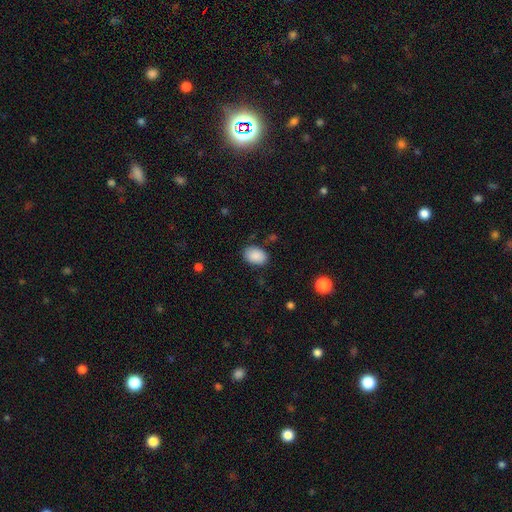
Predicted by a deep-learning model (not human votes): This appears to be a smooth galaxy with no disk features (89%) that is in between round and cigar-shaped (83%). Merging: none (84%).